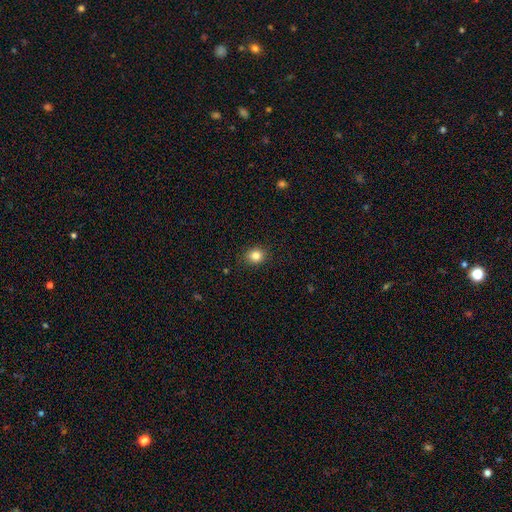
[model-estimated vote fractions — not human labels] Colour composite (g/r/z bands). It shows a smooth galaxy with no disk features (84%) that is round (75%). Merging: none (89%).